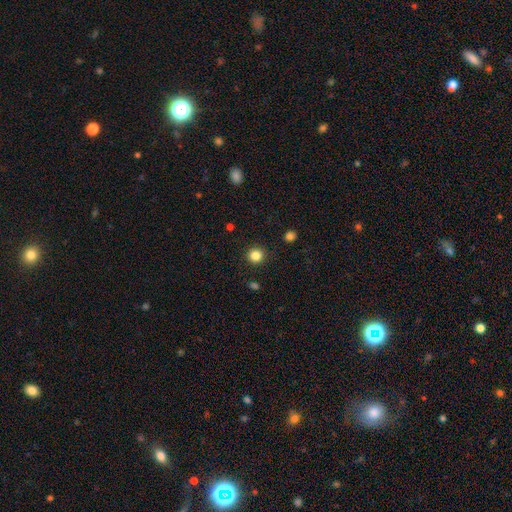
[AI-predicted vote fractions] smooth-or-featured: smooth: 84% | star or artifact: 12% | featured or disk: 4%
  how-rounded: round: 93% | in between: 6% | cigar-shaped: 1%
  merging: none: 92% | minor disturbance: 5% | major disturbance: 2% | merger: 1%